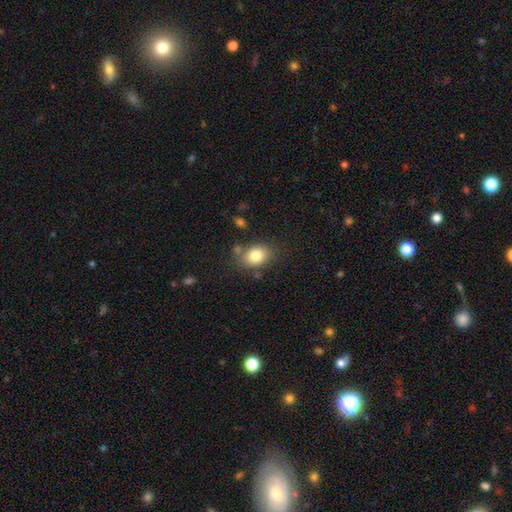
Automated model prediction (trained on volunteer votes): This is clearly a smooth galaxy (82%). How rounded: likely in between (62%). Merging: likely none (74%).